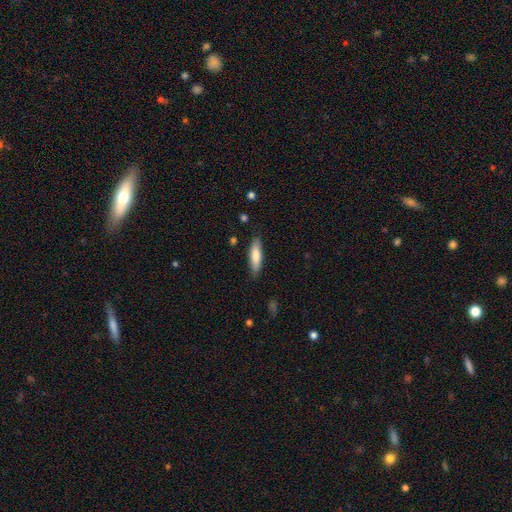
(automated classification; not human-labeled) smooth_or_featured: smooth (p=0.80) [alt: featured or disk p=0.14]
how_rounded: cigar-shaped (p=0.62) [alt: in between p=0.37]
merging: none (p=0.84) [alt: minor disturbance p=0.12]